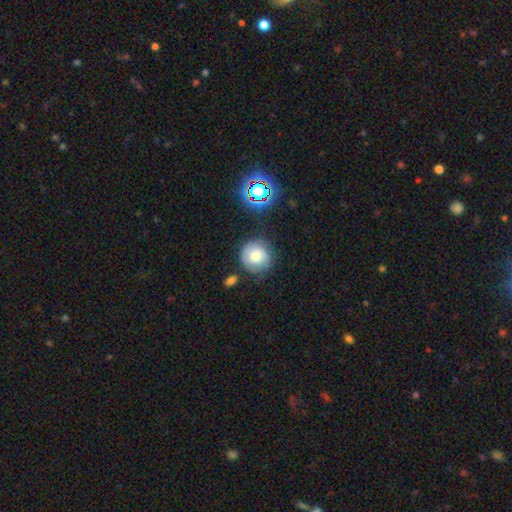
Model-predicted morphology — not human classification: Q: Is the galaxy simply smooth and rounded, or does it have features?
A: smooth — 66%.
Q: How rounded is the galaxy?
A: round — 92%.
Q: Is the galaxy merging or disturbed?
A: none — 70%.